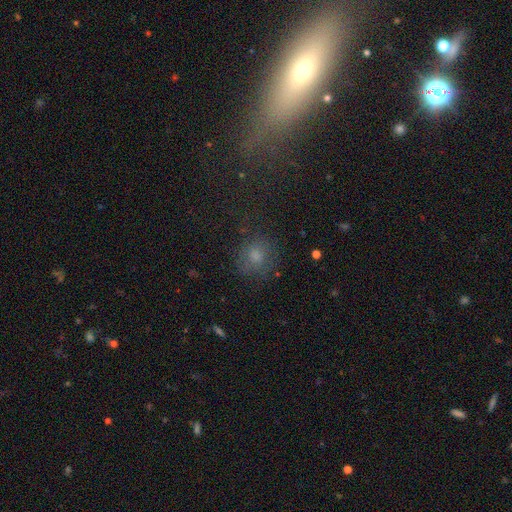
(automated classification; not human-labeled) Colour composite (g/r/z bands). It shows a smooth galaxy with no disk features (65%) that is round (80%). Merging: none (73%).